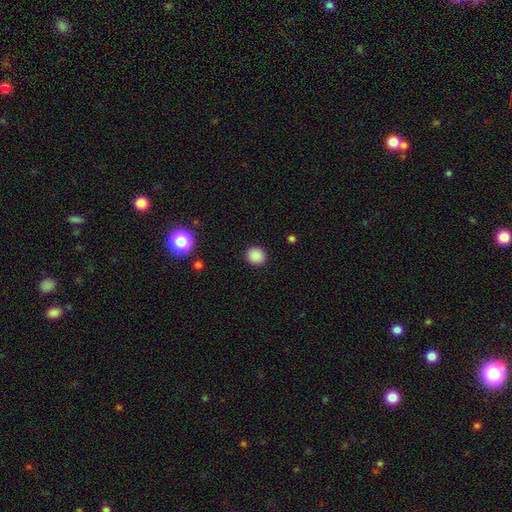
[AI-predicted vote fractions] Smooth or featured?
  - smooth: 87% *
  - star or artifact: 11%
  - featured or disk: 3%
How rounded?
  - round: 86% *
  - in between: 13%
  - cigar-shaped: 1%
Merging?
  - none: 91% *
  - minor disturbance: 6%
  - major disturbance: 2%
  - merger: 1%